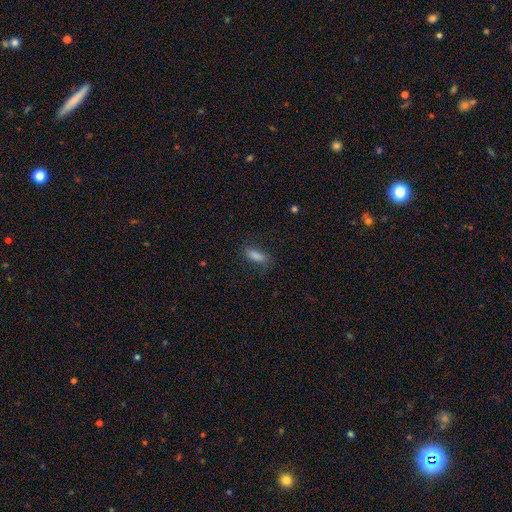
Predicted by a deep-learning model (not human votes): This appears to be a smooth galaxy with no disk features (76%) that is in between round and cigar-shaped (54%). Merging: none (75%).